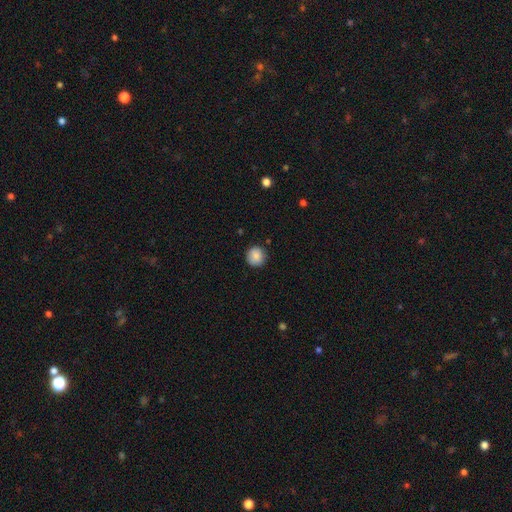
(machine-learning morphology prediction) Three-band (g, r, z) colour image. It shows a smooth galaxy with no disk features (87%) that is round (93%). Merging: none (89%).